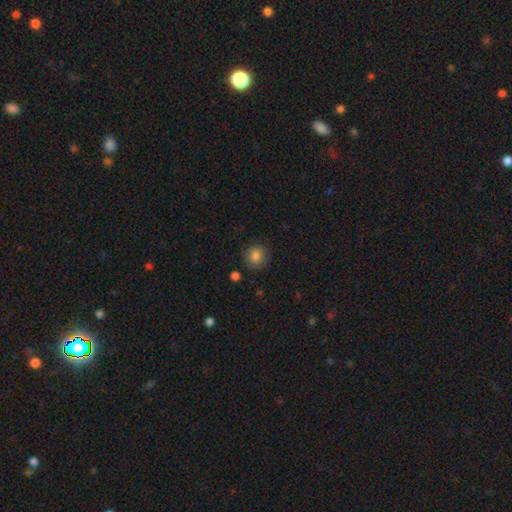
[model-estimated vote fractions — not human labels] This is clearly a smooth galaxy (84%). How rounded: clearly round (91%). Merging: clearly none (86%).